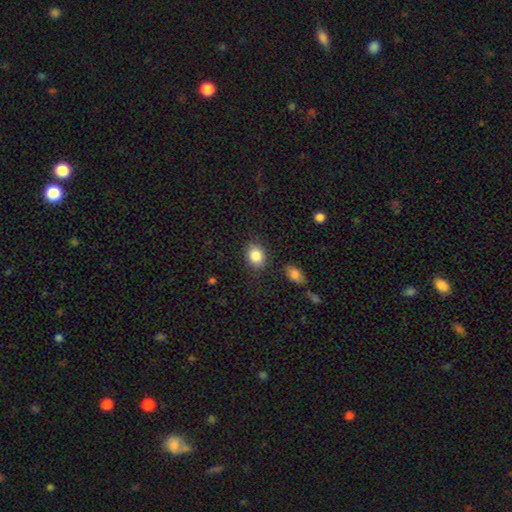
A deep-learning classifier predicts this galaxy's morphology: Q: Smooth or featured?
A: smooth (86%); runner-up: star or artifact (9%)
Q: How rounded?
A: in between (50%); runner-up: round (49%)
Q: Merging?
A: none (81%); runner-up: minor disturbance (12%)